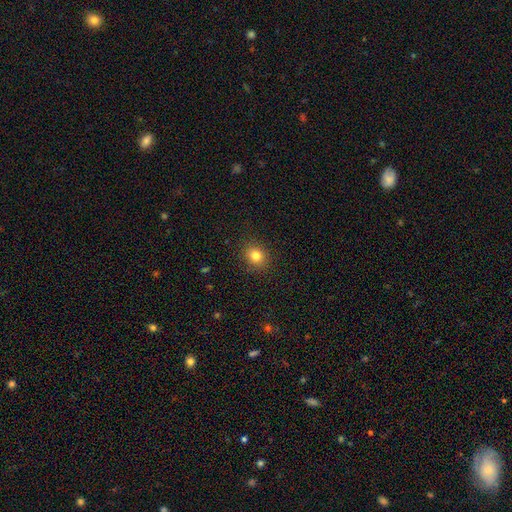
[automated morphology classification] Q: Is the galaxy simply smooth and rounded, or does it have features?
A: smooth — 81%.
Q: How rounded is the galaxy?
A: round — 68%.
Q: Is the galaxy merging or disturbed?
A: none — 89%.